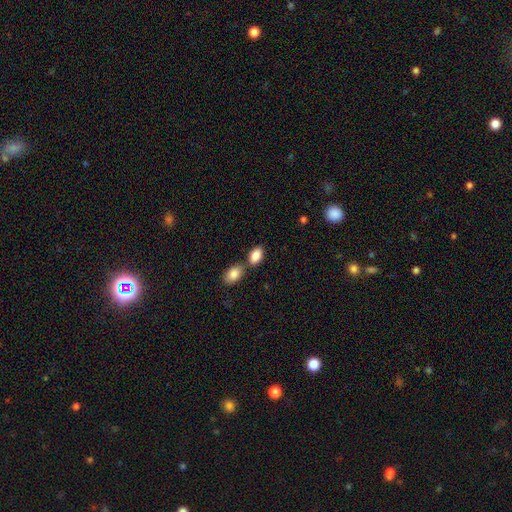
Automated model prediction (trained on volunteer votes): Smooth or featured?
  - smooth: 87% *
  - star or artifact: 7%
  - featured or disk: 6%
How rounded?
  - in between: 92% *
  - round: 6%
  - cigar-shaped: 2%
Merging?
  - none: 53% *
  - merger: 33%
  - minor disturbance: 11%
  - major disturbance: 3%